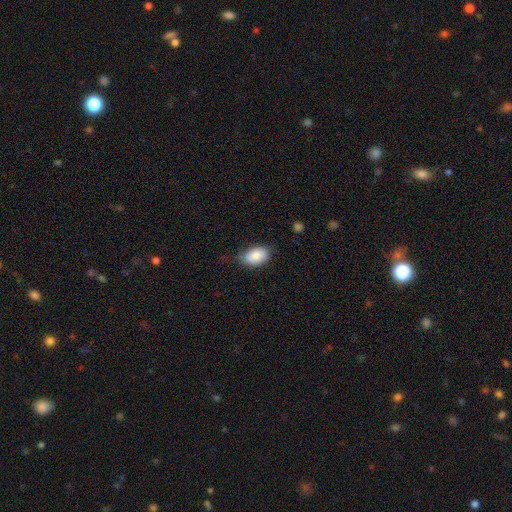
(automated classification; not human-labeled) Smooth or featured: smooth — 86% (featured or disk — 7%)
How rounded: in between — 89% (round — 9%)
Merging: none — 59% (minor disturbance — 31%)